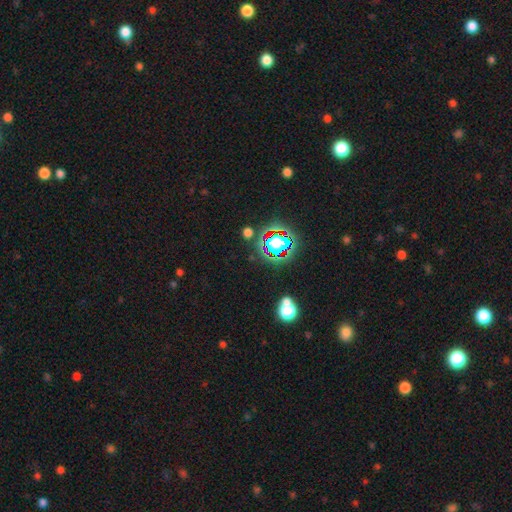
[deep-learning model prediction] Overall: star or artifact (80%).